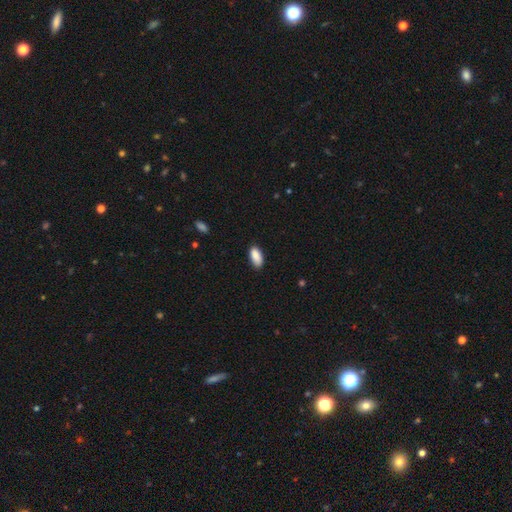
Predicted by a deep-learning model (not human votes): Overall: smooth (90%). How rounded: in between (91%). Merging: none (84%).